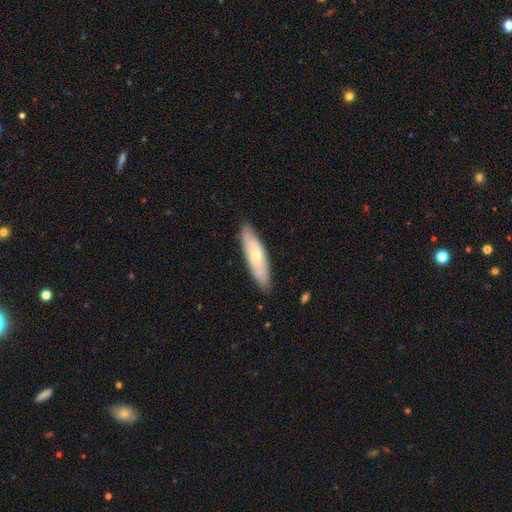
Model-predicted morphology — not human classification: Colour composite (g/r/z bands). It shows a smooth galaxy with no disk features (51%) that is cigar-shaped (62%). Merging: none (82%).